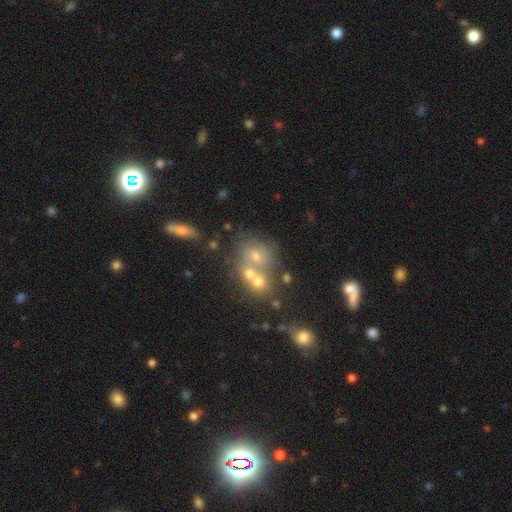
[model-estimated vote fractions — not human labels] A featured or disk galaxy (45%). Merging: merger (47%).